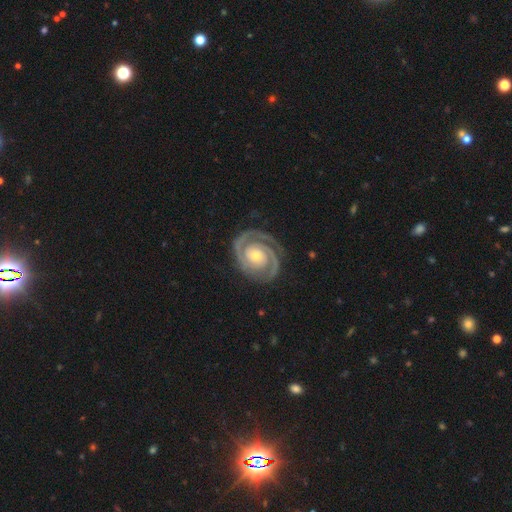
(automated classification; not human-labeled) featured or disk 93%, star or artifact 4%, smooth 3%. Down the decision tree: edge-on disk — no (98%); bar — no (75%); spiral arms — yes (98%); spiral arm count — 2 (86%); spiral winding — tight (75%); bulge size — small (52%); merging — none (83%).